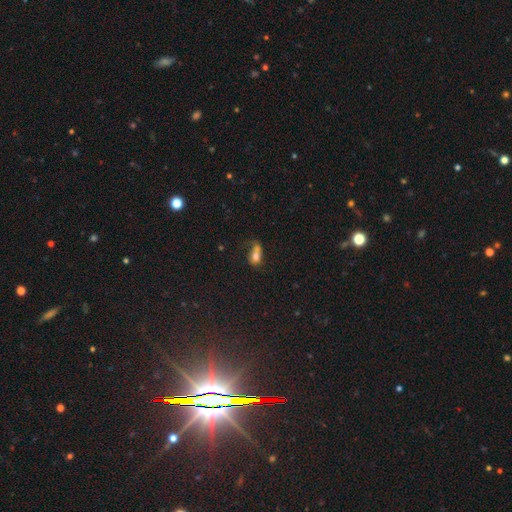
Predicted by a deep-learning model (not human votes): Morphology: type=smooth (65%); roundness=in between (77%); merging=none (30%).